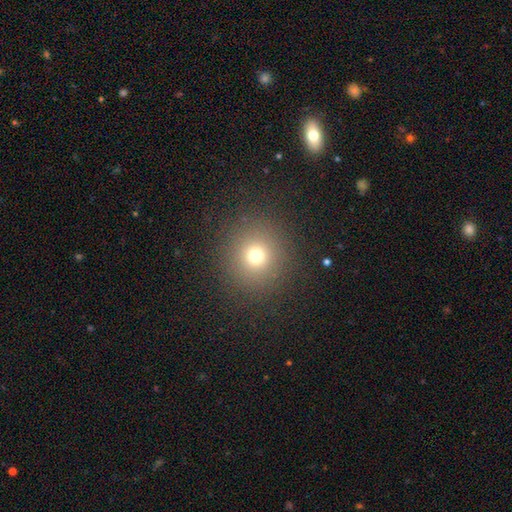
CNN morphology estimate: Smooth or featured: smooth — 71% (star or artifact — 20%)
How rounded: round — 91% (in between — 8%)
Merging: none — 88% (minor disturbance — 7%)